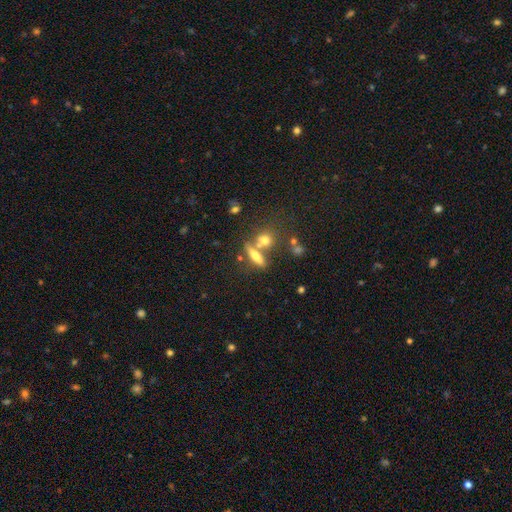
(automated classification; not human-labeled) The model was most divided on "smooth or featured": smooth: 55%, featured or disk: 33%, star or artifact: 12%. More confident: merging — none (60%); how rounded — cigar-shaped (56%).